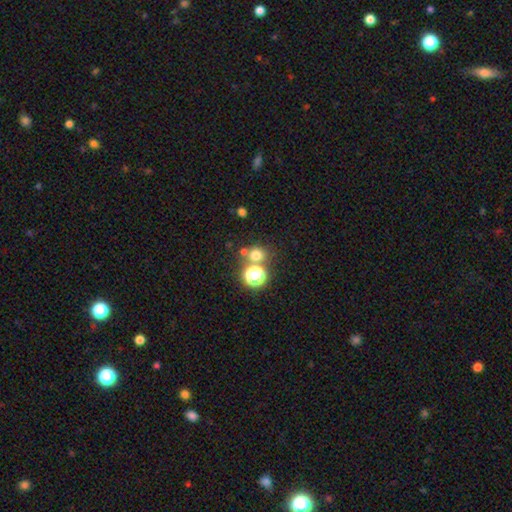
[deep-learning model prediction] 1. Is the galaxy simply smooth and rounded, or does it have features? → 68% smooth, 24% star or artifact, 8% featured or disk.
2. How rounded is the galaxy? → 85% round, 14% in between, 1% cigar-shaped.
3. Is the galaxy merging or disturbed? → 67% none, 22% merger, 8% minor disturbance, 4% major disturbance.